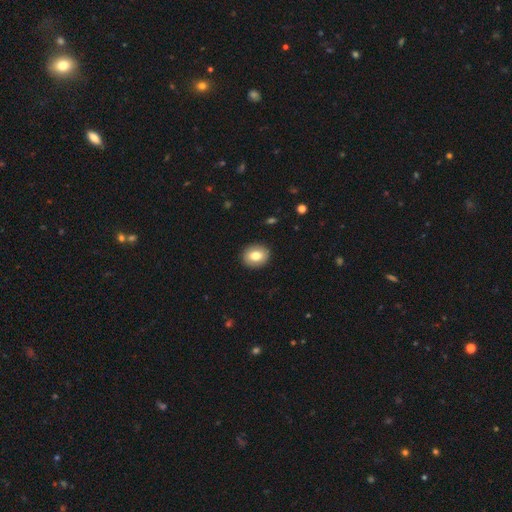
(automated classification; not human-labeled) Q: Smooth or featured?
A: smooth (78%); runner-up: featured or disk (14%)
Q: How rounded?
A: round (64%); runner-up: in between (35%)
Q: Merging?
A: none (91%); runner-up: minor disturbance (6%)